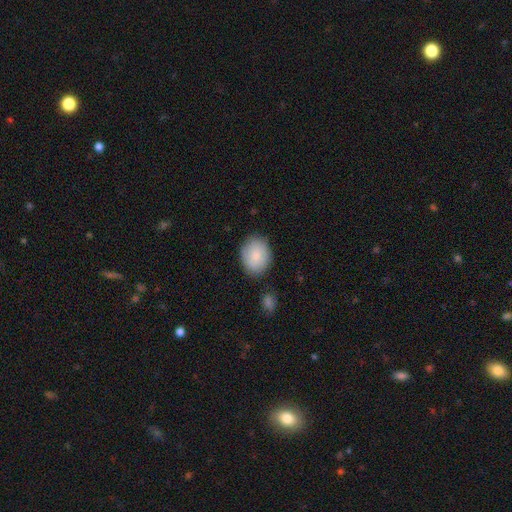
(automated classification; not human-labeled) This appears to be a smooth galaxy with no disk features (83%) that is in between round and cigar-shaped (55%). Merging: none (78%).